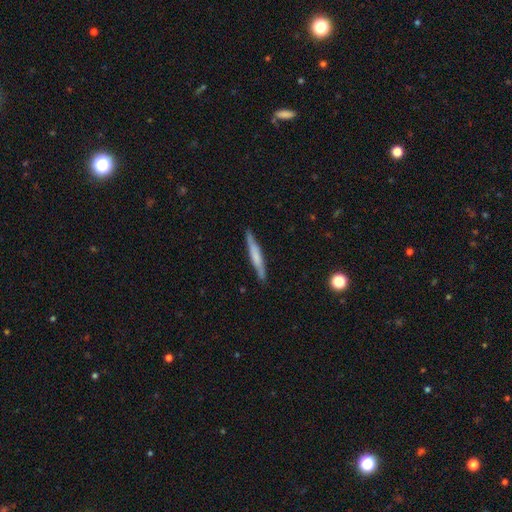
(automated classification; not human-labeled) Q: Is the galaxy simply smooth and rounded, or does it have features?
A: smooth — 53%.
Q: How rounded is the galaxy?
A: cigar-shaped — 94%.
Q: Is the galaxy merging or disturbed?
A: none — 86%.